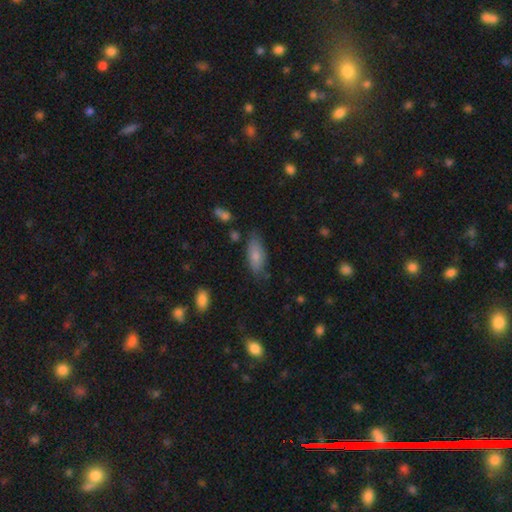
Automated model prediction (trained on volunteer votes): Overall: smooth (79%). How rounded: in between (80%). Merging: none (70%).